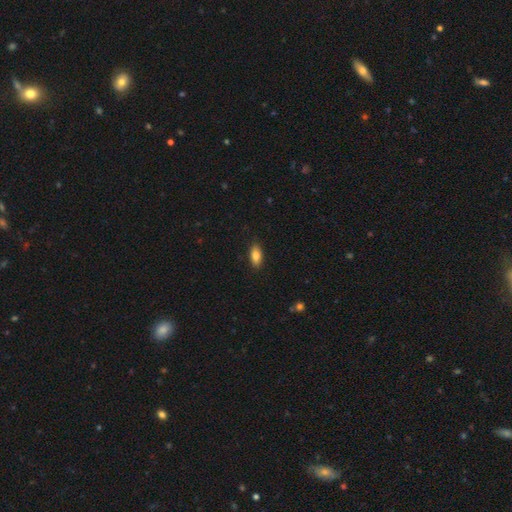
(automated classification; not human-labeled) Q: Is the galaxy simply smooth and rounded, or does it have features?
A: smooth — 84%.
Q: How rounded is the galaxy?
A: in between — 87%.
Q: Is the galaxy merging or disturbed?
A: none — 88%.